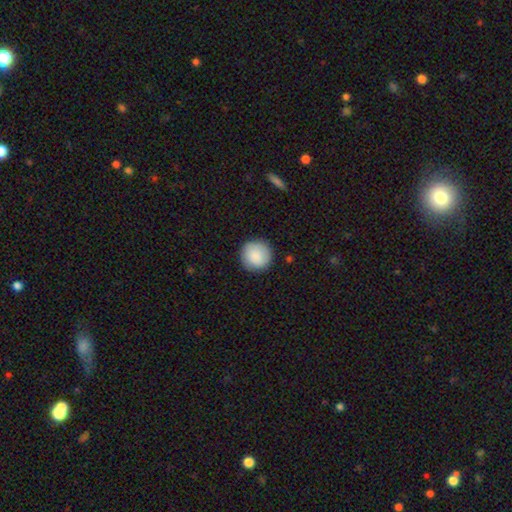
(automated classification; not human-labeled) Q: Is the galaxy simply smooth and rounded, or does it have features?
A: smooth — 87%.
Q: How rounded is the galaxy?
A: round — 95%.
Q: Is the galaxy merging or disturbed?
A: none — 89%.